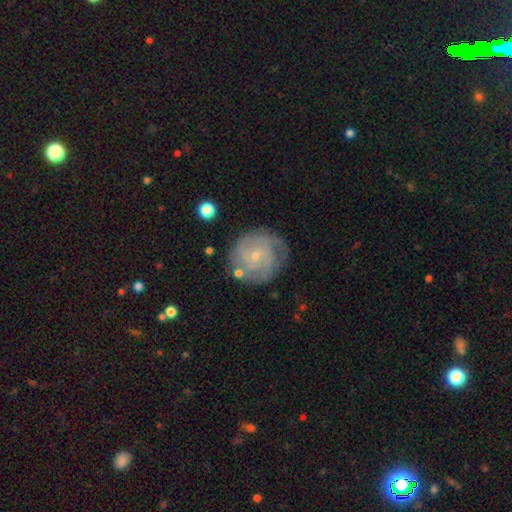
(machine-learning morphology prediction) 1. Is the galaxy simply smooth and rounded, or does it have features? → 74% featured or disk, 19% smooth, 7% star or artifact.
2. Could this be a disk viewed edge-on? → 98% no, 2% yes.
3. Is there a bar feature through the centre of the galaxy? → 70% no, 26% weak, 4% strong.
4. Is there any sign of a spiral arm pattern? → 89% yes, 11% no.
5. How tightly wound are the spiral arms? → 65% tight, 27% medium, 8% loose.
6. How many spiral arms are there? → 39% can't tell, 20% 3, 20% 2, 11% 4, 6% 1, 5% more than 4.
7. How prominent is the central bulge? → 83% small, 13% moderate, 3% none, 1% large, 1% dominant.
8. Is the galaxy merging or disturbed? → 72% none, 18% minor disturbance, 6% major disturbance, 4% merger.